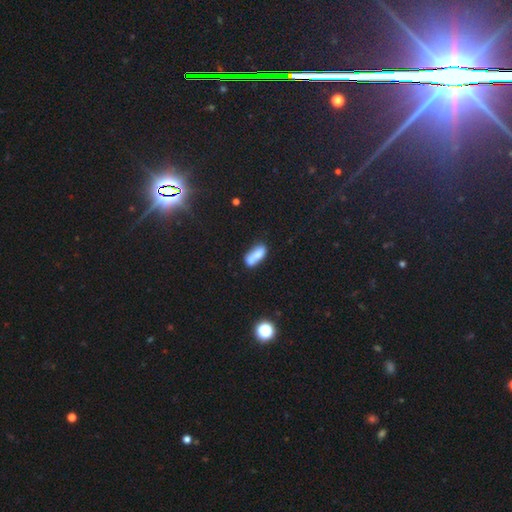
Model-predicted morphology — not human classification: smooth_or_featured: smooth (p=0.70) [alt: featured or disk p=0.21]
how_rounded: in between (p=0.71) [alt: cigar-shaped p=0.24]
merging: merger (p=0.46) [alt: none p=0.34]